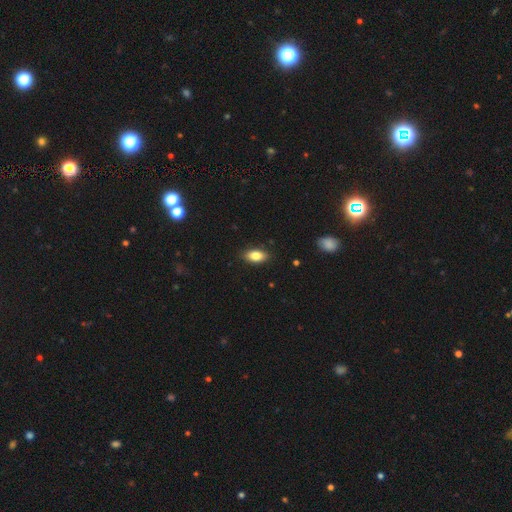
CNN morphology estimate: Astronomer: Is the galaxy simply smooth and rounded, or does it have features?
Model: smooth — 83%.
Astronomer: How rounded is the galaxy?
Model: in between — 90%.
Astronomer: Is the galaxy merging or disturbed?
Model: none — 87%.